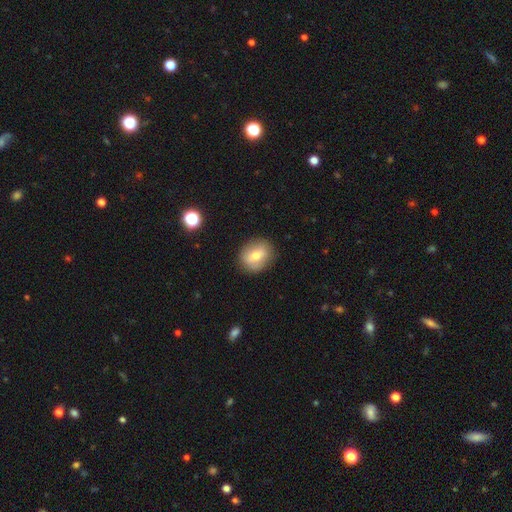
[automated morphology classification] smooth-or-featured: smooth: 62% | featured or disk: 28% | star or artifact: 10%
  how-rounded: round: 65% | in between: 34% | cigar-shaped: 1%
  merging: none: 86% | minor disturbance: 9% | major disturbance: 3% | merger: 1%